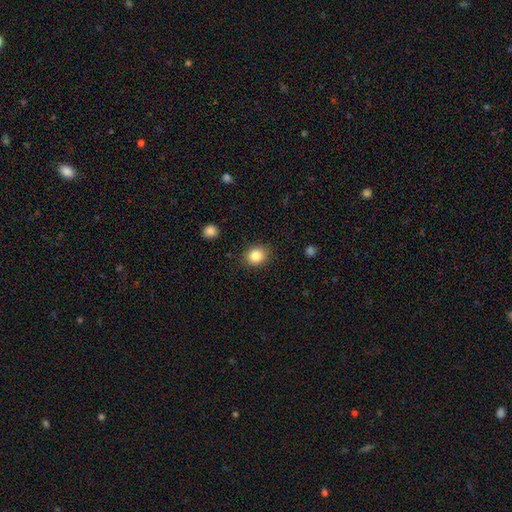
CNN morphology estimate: smooth-or-featured: smooth: 84% | star or artifact: 10% | featured or disk: 6%
  how-rounded: round: 69% | in between: 30% | cigar-shaped: 1%
  merging: none: 86% | minor disturbance: 10% | major disturbance: 3% | merger: 1%